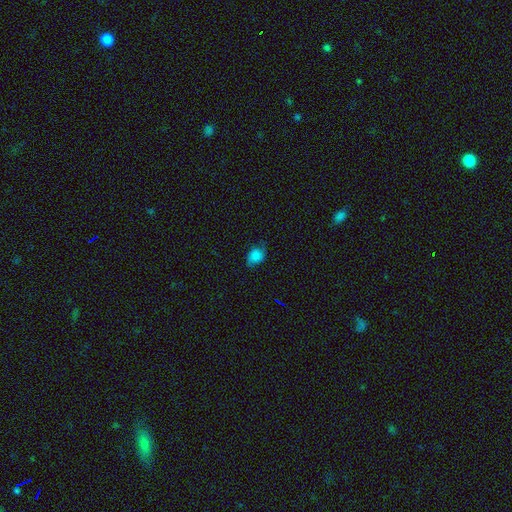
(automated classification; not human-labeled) Smooth or featured? smooth (71%)
How rounded? in between (68%)
Merging? none (60%)